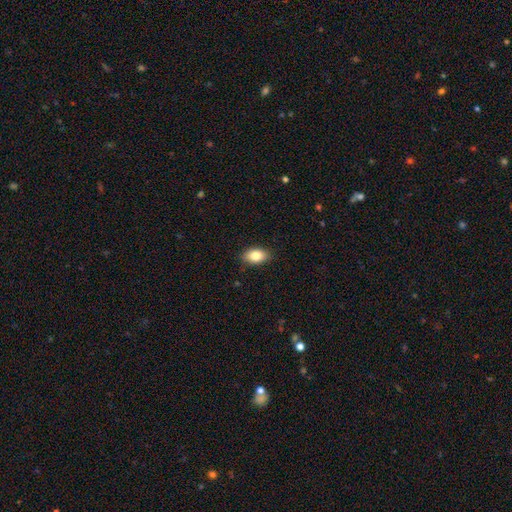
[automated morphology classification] Smooth or featured? Predicted: smooth (p=0.84). How rounded? Predicted: in between (p=0.89). Merging? Predicted: none (p=0.86).